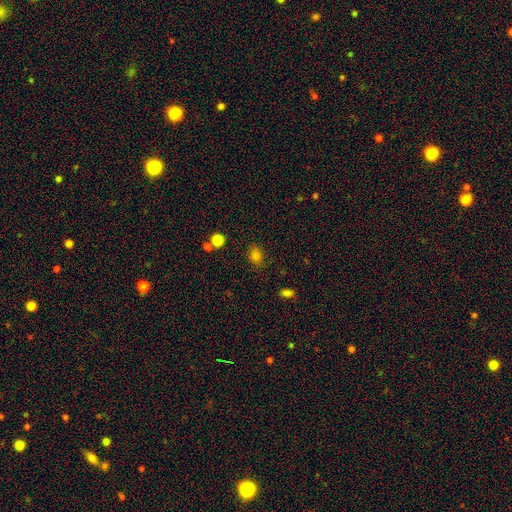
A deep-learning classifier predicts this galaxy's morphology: Smooth or featured: smooth — 81% (star or artifact — 13%)
How rounded: in between — 55% (round — 43%)
Merging: none — 78% (minor disturbance — 14%)